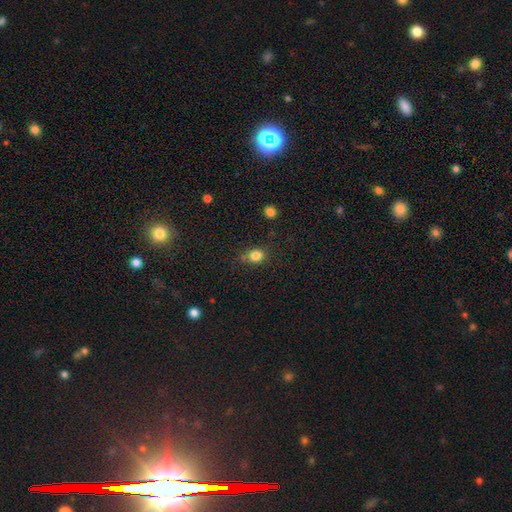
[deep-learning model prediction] Morphology: type=smooth (82%); roundness=round (65%); merging=none (74%).